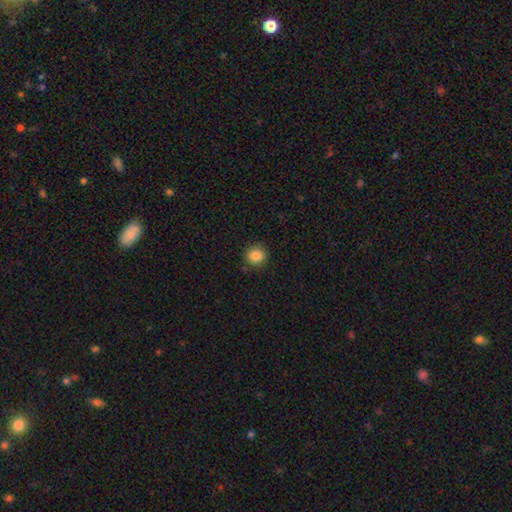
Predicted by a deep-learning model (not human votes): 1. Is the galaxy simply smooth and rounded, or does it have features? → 85% smooth, 10% star or artifact, 5% featured or disk.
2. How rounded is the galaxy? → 92% round, 7% in between, 1% cigar-shaped.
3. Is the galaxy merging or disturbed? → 89% none, 8% minor disturbance, 2% major disturbance, 1% merger.